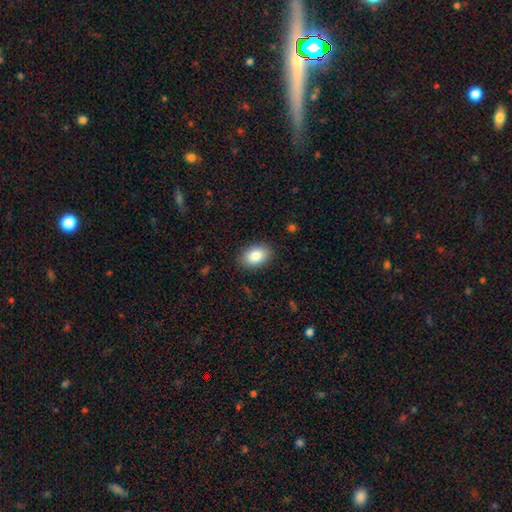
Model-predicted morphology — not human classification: Q: Smooth or featured?
A: smooth (86%); runner-up: star or artifact (7%)
Q: How rounded?
A: in between (84%); runner-up: round (15%)
Q: Merging?
A: none (87%); runner-up: minor disturbance (9%)